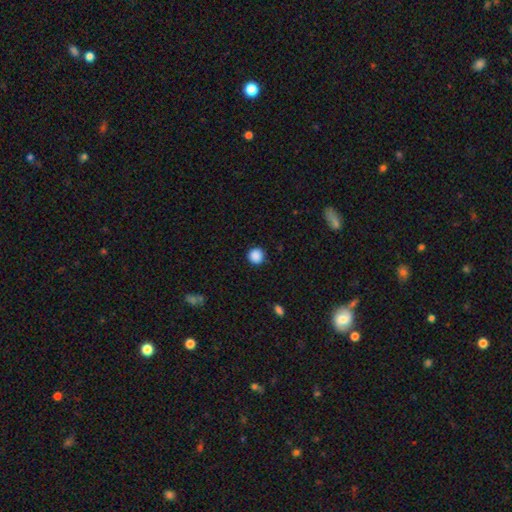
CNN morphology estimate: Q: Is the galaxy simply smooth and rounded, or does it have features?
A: smooth — 89%.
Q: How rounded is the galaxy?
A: round — 95%.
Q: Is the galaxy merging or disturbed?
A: none — 91%.